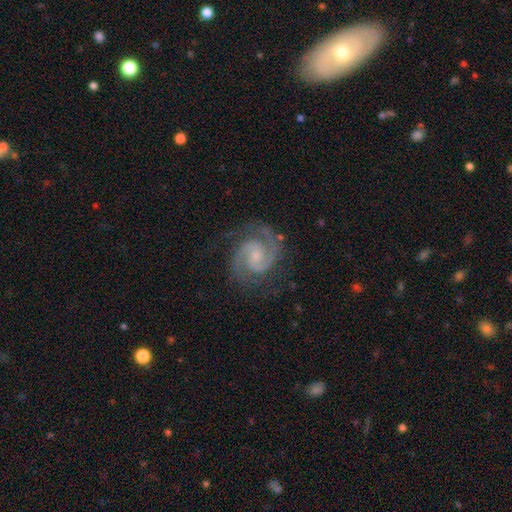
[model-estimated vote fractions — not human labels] A featured or disk galaxy (93%) with no bar (59%), 2 (92%) medium (48%) spiral arms (99%) and a small central bulge (57%). Merging: none (78%).